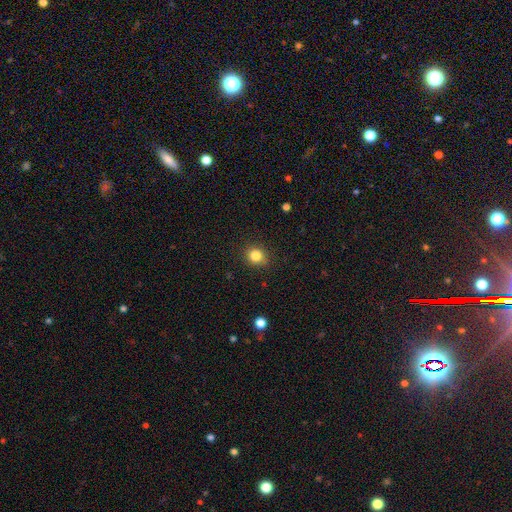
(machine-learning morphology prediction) Smooth or featured: smooth — 83% (star or artifact — 11%)
How rounded: round — 84% (in between — 15%)
Merging: none — 88% (minor disturbance — 9%)